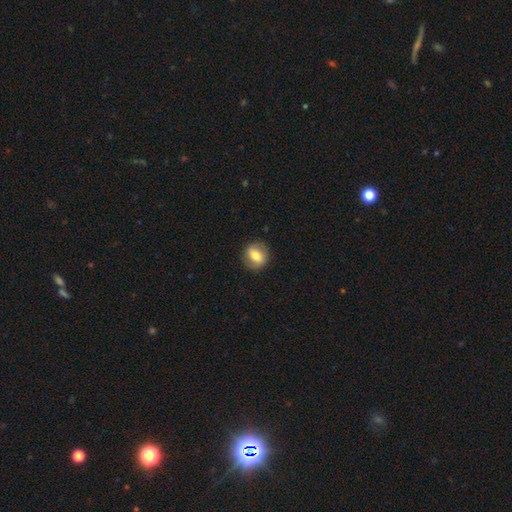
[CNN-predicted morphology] This appears to be a smooth galaxy with no disk features (60%) that is round (66%). Merging: none (83%).